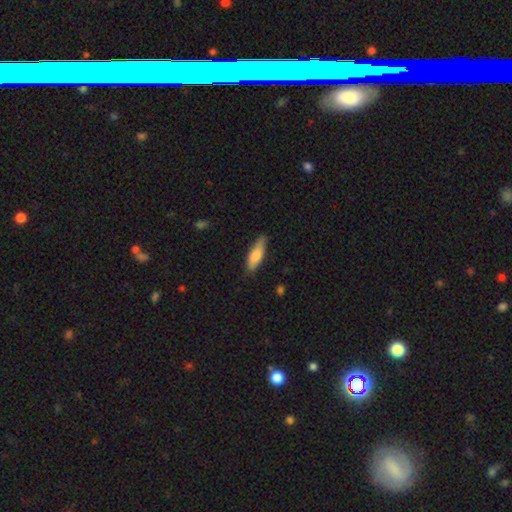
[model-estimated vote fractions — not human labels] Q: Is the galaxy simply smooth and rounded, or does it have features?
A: smooth — 77%.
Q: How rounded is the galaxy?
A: in between — 50%.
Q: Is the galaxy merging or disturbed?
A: none — 77%.